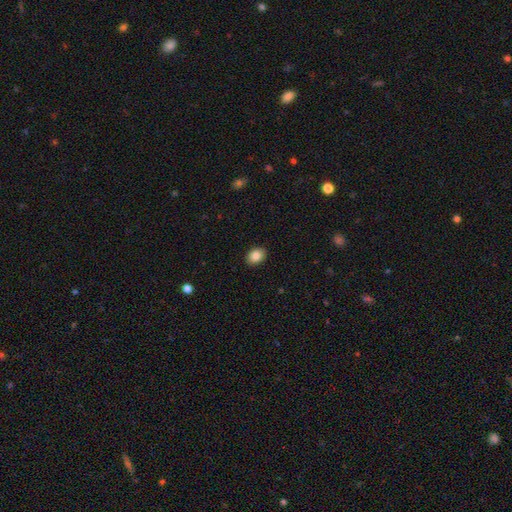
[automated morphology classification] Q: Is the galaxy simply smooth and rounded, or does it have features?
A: smooth — 86%.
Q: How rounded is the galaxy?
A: in between — 72%.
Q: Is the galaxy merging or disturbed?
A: none — 90%.